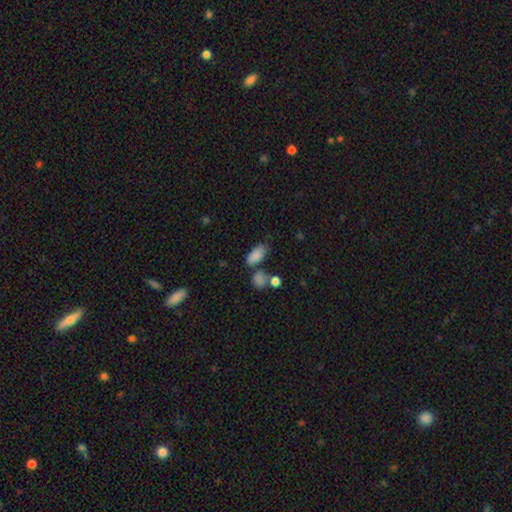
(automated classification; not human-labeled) Q: Smooth or featured?
A: smooth (84%); runner-up: star or artifact (9%)
Q: How rounded?
A: in between (90%); runner-up: cigar-shaped (5%)
Q: Merging?
A: none (59%); runner-up: minor disturbance (18%)